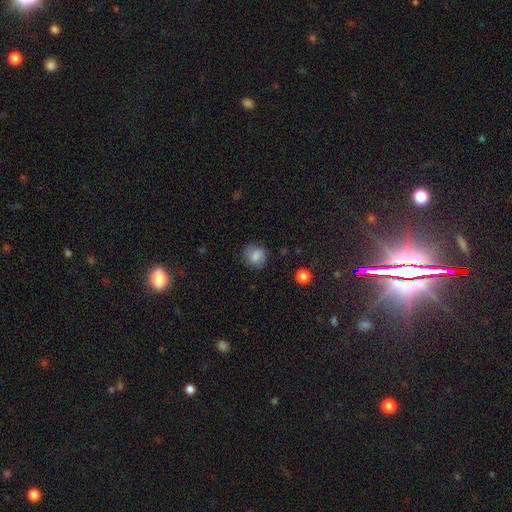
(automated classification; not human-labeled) This is likely a smooth galaxy (74%). How rounded: likely round (78%). Merging: likely none (75%).